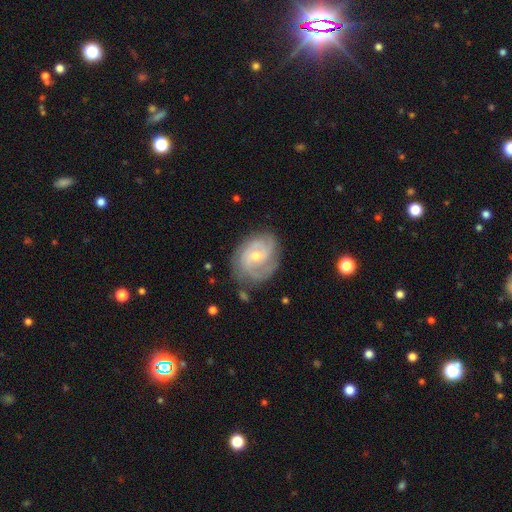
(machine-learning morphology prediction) type=featured or disk (84%); edge-on=no (97%); bar=no (58%); spiral arms=yes (95%); winding=tight (58%); arm count=2 (38%); bulge=small (52%); merging=none (73%).